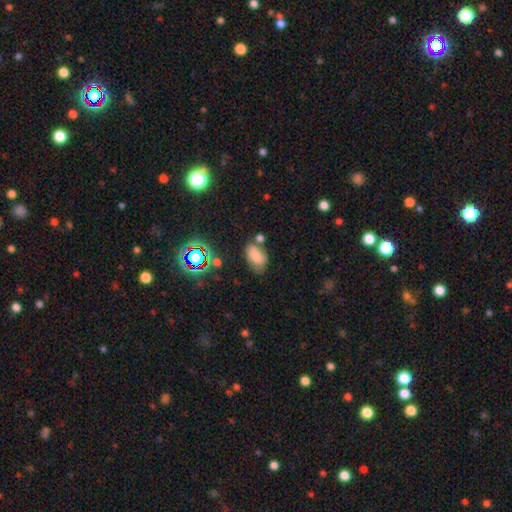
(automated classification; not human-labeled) This appears to be a smooth galaxy with no disk features (72%) that is in between round and cigar-shaped (90%). Merging: none (51%).